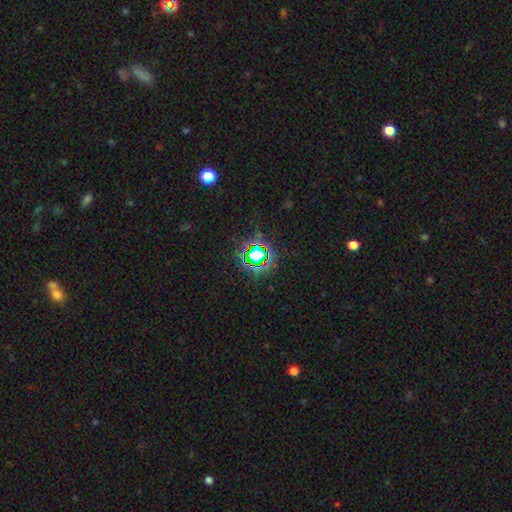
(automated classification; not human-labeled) A star or artifact, not a galaxy (72%).

Vote fractions:
- Smooth or featured? star or artifact: 72% / smooth: 17% / featured or disk: 10%